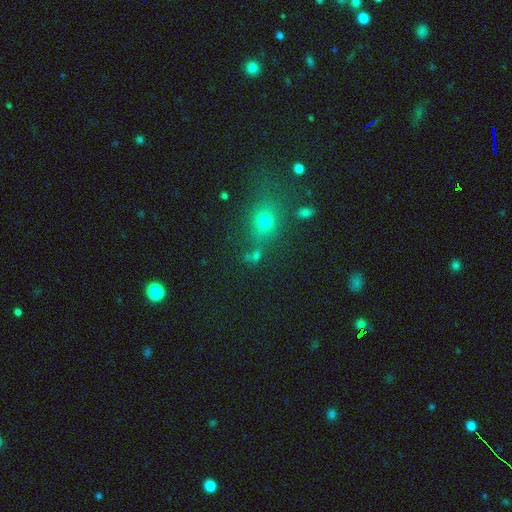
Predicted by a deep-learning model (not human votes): Morphology: type=smooth (58%); roundness=round (67%); merging=none (65%).